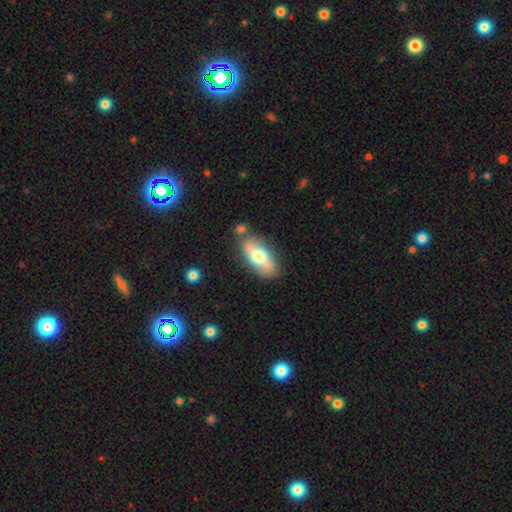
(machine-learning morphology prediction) type=smooth (60%); roundness=in between (85%); merging=none (75%).